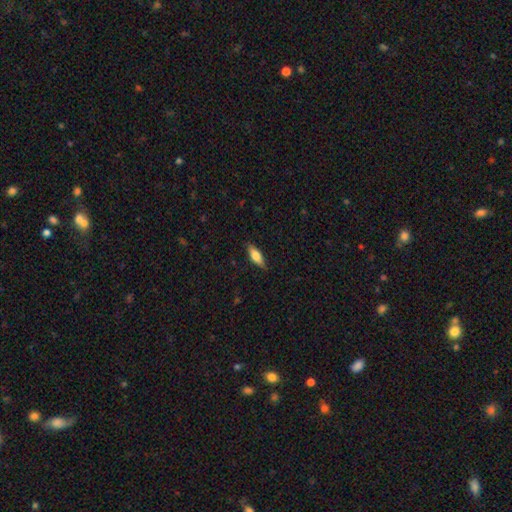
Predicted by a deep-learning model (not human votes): Smooth or featured? Predicted: smooth (p=0.71). How rounded? Predicted: in between (p=0.61). Merging? Predicted: none (p=0.85).